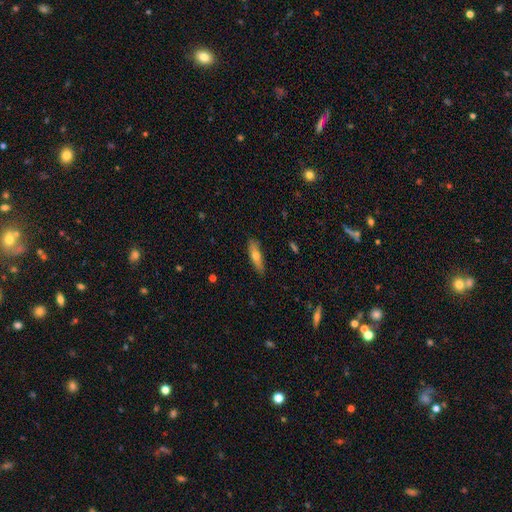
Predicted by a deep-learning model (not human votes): smooth_or_featured: smooth (p=0.59) [alt: featured or disk p=0.34]
how_rounded: cigar-shaped (p=0.65) [alt: in between p=0.32]
merging: none (p=0.85) [alt: minor disturbance p=0.11]